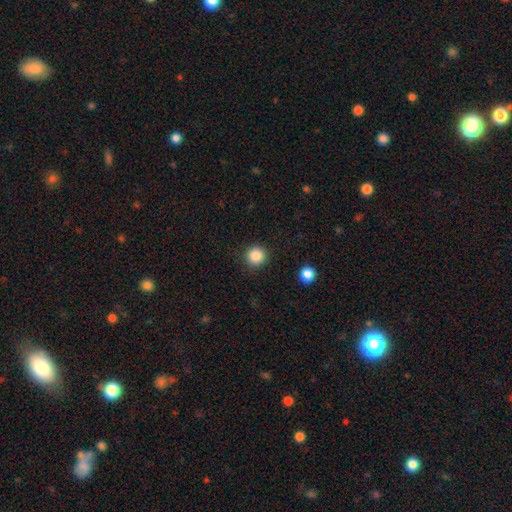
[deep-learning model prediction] Smooth or featured?
  - smooth: 86% *
  - star or artifact: 10%
  - featured or disk: 4%
How rounded?
  - round: 94% *
  - in between: 5%
  - cigar-shaped: 1%
Merging?
  - none: 91% *
  - minor disturbance: 6%
  - major disturbance: 2%
  - merger: 1%